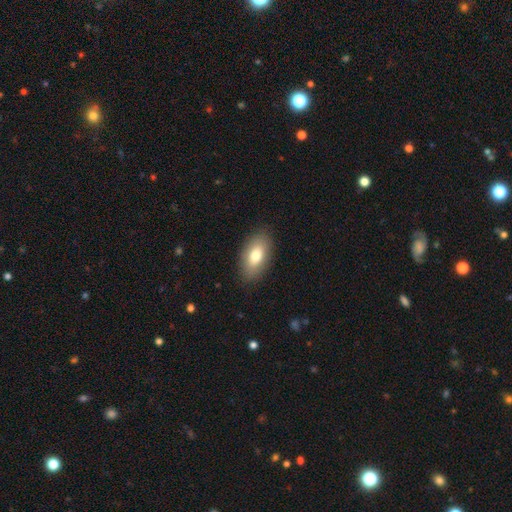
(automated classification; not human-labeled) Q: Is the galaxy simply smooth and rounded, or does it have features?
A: smooth — 75%.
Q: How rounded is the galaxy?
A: in between — 92%.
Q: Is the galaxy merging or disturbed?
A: none — 87%.